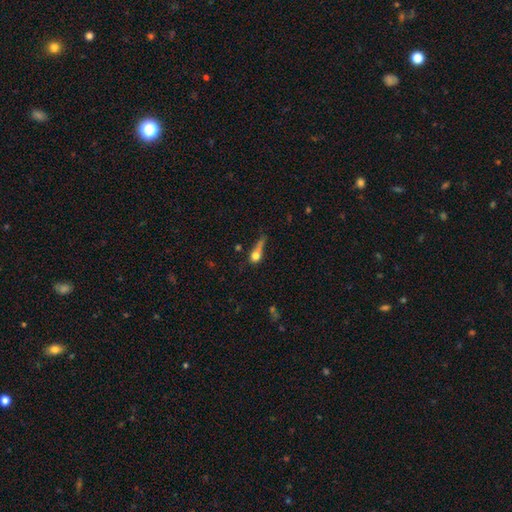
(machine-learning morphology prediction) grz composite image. It shows a smooth galaxy with no disk features (65%) that is round (42%). Merging: major disturbance (35%).